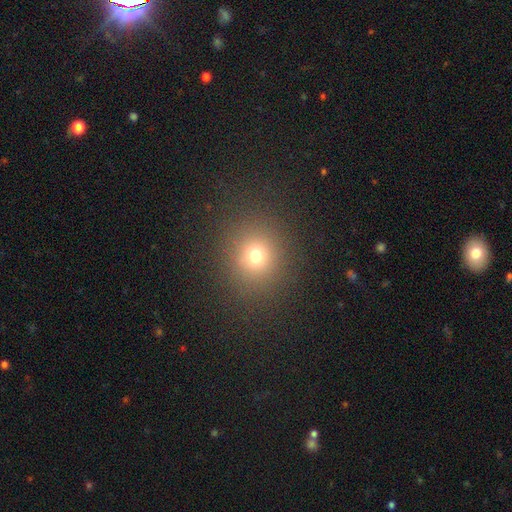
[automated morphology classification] type=smooth (70%); roundness=round (86%); merging=none (87%).